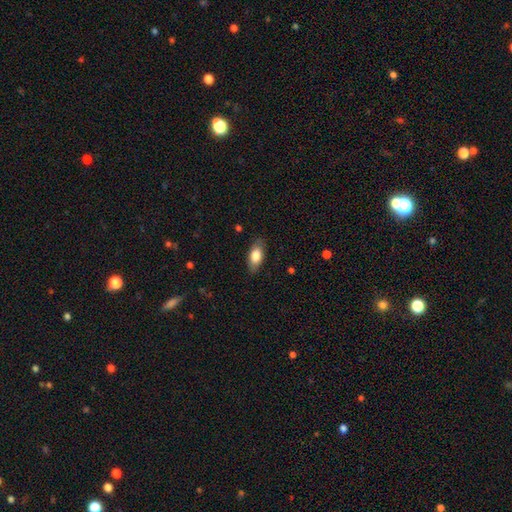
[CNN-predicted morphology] The model was most divided on "smooth or featured": smooth: 80%, featured or disk: 13%, star or artifact: 6%. More confident: how rounded — in between (88%); merging — none (83%).